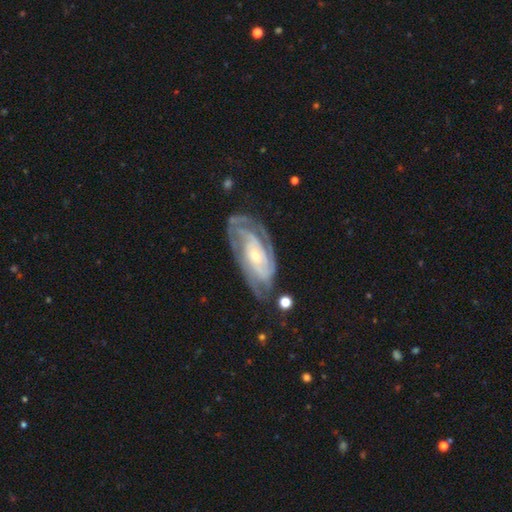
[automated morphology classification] Q: Smooth or featured?
A: featured or disk (88%); runner-up: smooth (7%)
Q: Edge-on disk?
A: no (94%); runner-up: yes (6%)
Q: Bar?
A: no (67%); runner-up: weak (23%)
Q: Spiral arms?
A: yes (96%); runner-up: no (4%)
Q: Spiral winding?
A: tight (68%); runner-up: medium (27%)
Q: Spiral arm count?
A: 2 (32%); runner-up: can't tell (26%)
Q: Bulge size?
A: small (66%); runner-up: moderate (30%)
Q: Merging?
A: none (69%); runner-up: minor disturbance (20%)